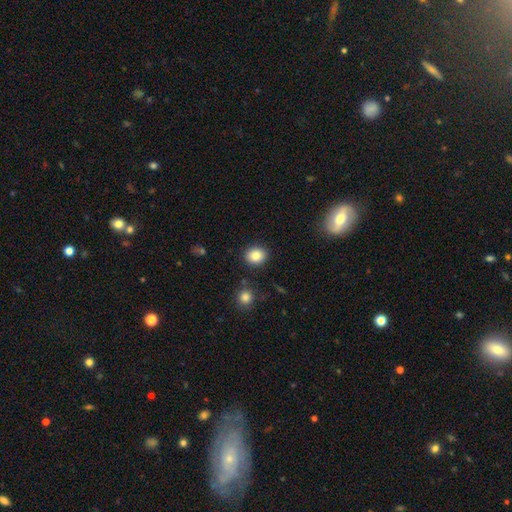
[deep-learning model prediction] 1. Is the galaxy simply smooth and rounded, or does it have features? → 85% smooth, 10% star or artifact, 5% featured or disk.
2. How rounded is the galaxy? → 66% round, 33% in between, 1% cigar-shaped.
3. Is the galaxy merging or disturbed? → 88% none, 7% minor disturbance, 2% major disturbance, 2% merger.